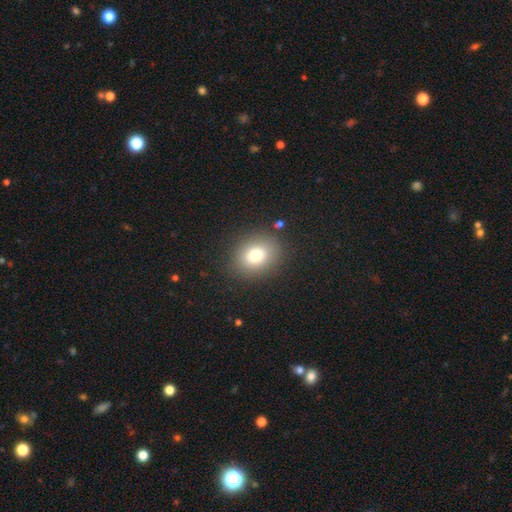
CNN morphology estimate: smooth-or-featured: smooth: 77% | star or artifact: 12% | featured or disk: 11%
  how-rounded: round: 59% | in between: 40% | cigar-shaped: 1%
  merging: none: 86% | minor disturbance: 9% | major disturbance: 4% | merger: 2%